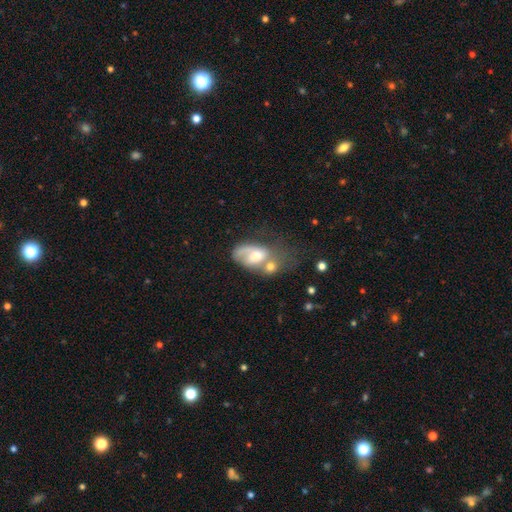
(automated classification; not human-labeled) A featured or disk galaxy (49%). Merging: merger (45%).